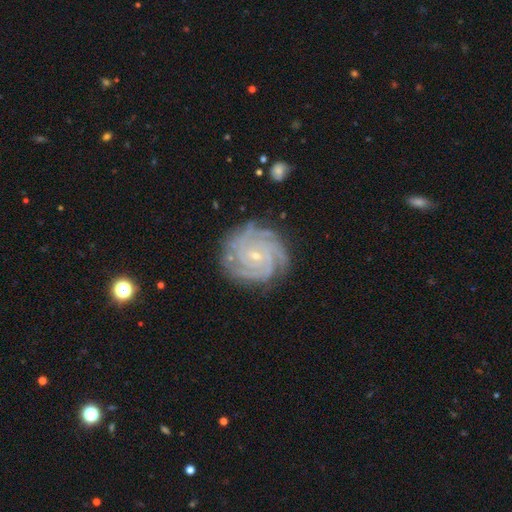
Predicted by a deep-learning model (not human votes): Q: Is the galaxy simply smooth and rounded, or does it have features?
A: featured or disk — 89%.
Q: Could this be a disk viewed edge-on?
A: no — 98%.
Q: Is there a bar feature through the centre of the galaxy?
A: no — 71%.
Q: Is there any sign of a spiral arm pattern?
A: yes — 98%.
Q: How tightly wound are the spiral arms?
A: tight — 81%.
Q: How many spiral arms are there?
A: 4 — 32%.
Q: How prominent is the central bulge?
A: small — 83%.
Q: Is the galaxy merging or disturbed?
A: none — 81%.